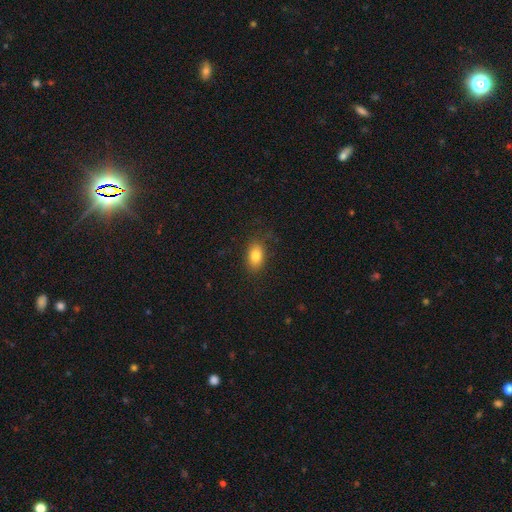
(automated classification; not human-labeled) A smooth galaxy with no disk features (83%) that is in between round and cigar-shaped (87%).

Vote fractions:
- Smooth or featured? smooth: 83% / star or artifact: 9% / featured or disk: 9%
- How rounded? in between: 87% / round: 11% / cigar-shaped: 3%
- Merging? none: 83% / minor disturbance: 12% / major disturbance: 4% / merger: 1%